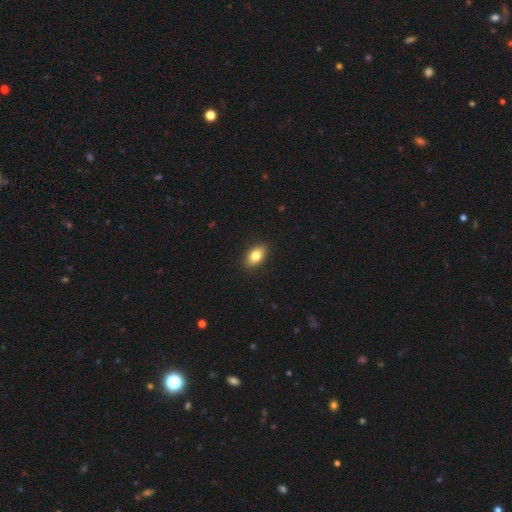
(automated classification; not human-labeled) smooth 81%, featured or disk 11%, star or artifact 8%. Down the decision tree: how rounded — in between (88%); merging — none (89%).